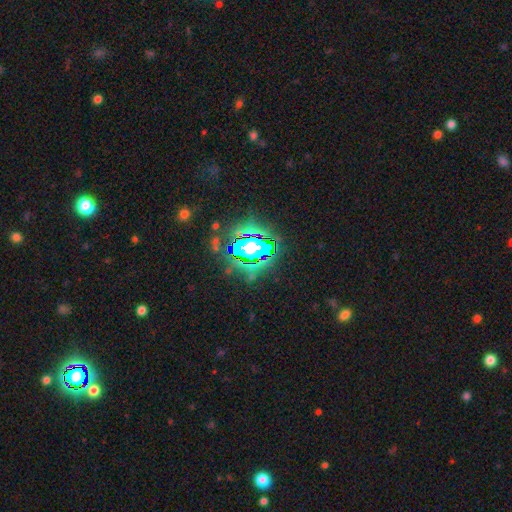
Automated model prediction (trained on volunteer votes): This appears to be a star or artifact, not a galaxy (79%).